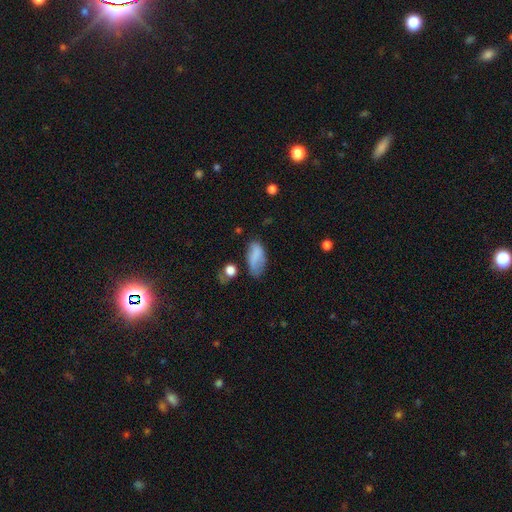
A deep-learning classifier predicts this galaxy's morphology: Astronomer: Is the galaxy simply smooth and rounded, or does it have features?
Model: smooth — 75%.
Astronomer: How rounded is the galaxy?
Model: in between — 90%.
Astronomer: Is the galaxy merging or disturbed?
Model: none — 52% (runner-up: minor disturbance, 30%).